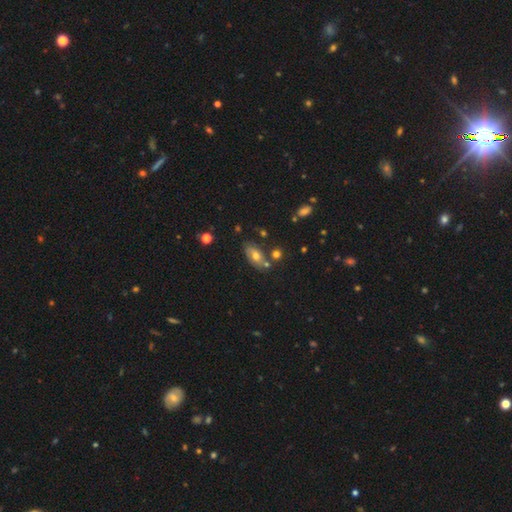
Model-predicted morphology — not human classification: Smooth or featured? smooth (61%)
How rounded? in between (87%)
Merging? none (68%)